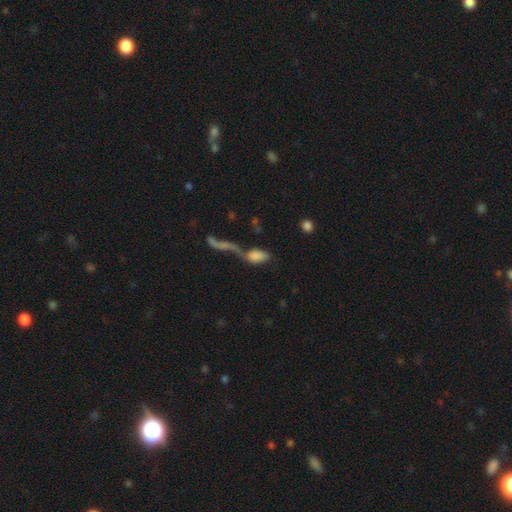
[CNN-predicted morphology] Smooth or featured?
  - smooth: 72% *
  - featured or disk: 18%
  - star or artifact: 10%
How rounded?
  - in between: 87% *
  - cigar-shaped: 8%
  - round: 5%
Merging?
  - merger: 63% *
  - none: 16%
  - major disturbance: 13%
  - minor disturbance: 8%